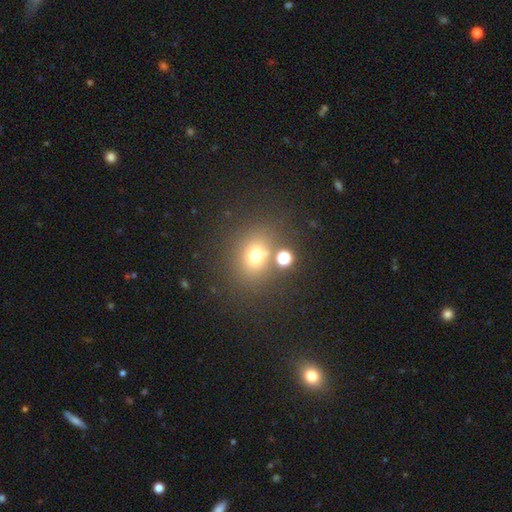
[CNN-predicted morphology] Smooth or featured? Predicted: smooth (p=0.68). How rounded? Predicted: round (p=0.65). Merging? Predicted: none (p=0.70).